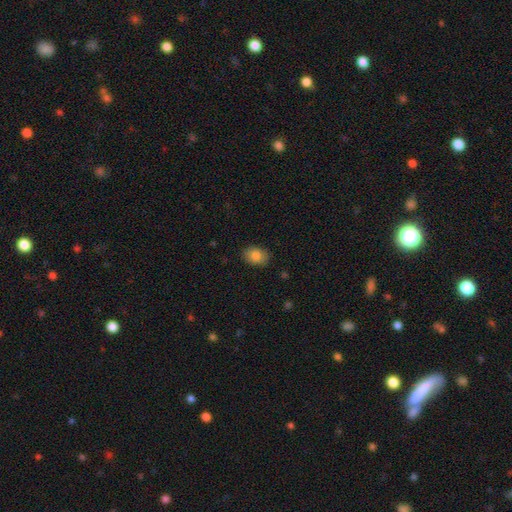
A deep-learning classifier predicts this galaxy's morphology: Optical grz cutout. It shows a smooth galaxy with no disk features (84%) that is in between round and cigar-shaped (72%). Merging: none (86%).